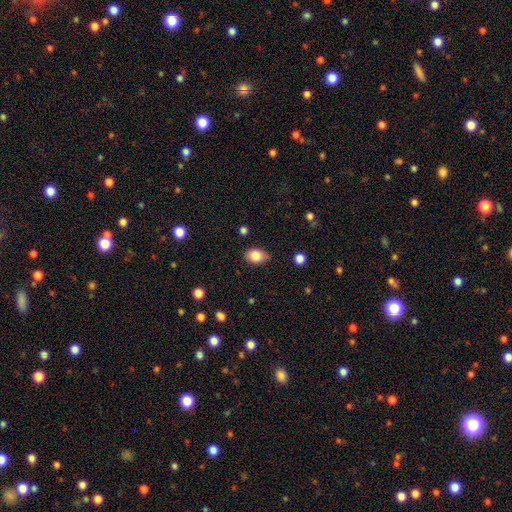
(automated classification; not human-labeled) smooth 84%, star or artifact 9%, featured or disk 7%. Down the decision tree: how rounded — in between (72%); merging — none (79%).